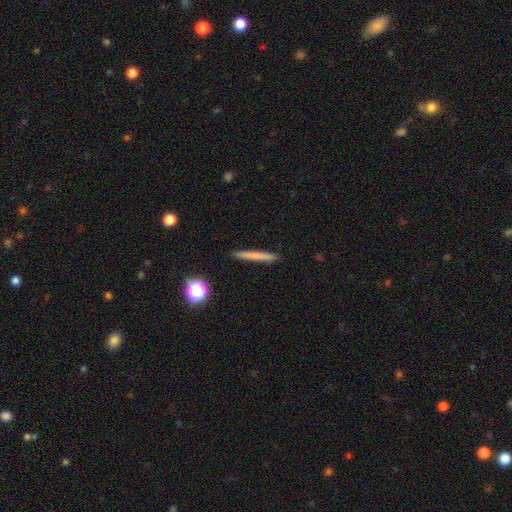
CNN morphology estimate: Smooth or featured: smooth — 65% (featured or disk — 27%)
How rounded: cigar-shaped — 96% (in between — 2%)
Merging: none — 91% (minor disturbance — 6%)